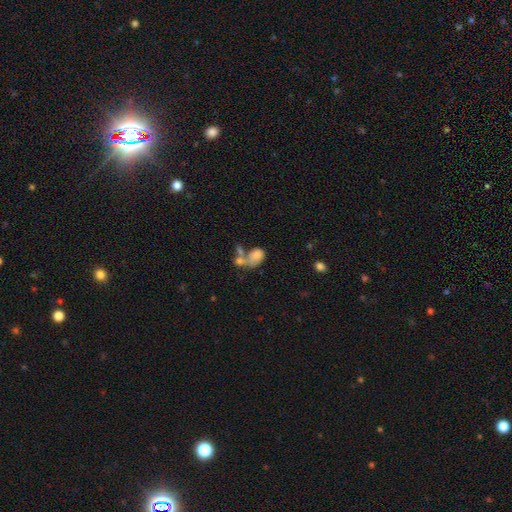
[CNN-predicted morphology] A smooth galaxy with no disk features (68%) that is in between round and cigar-shaped (77%). Merging: merger (55%).